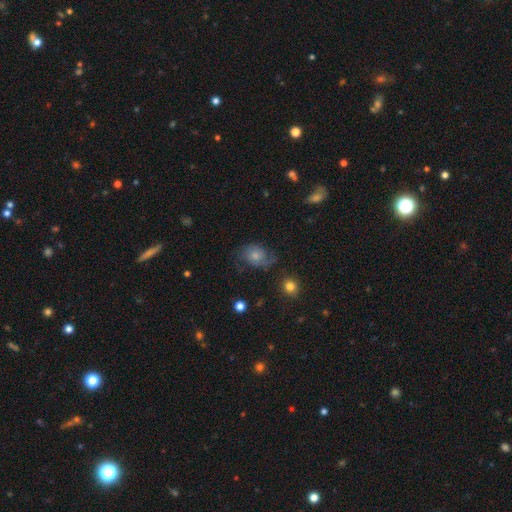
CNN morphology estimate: Smooth or featured?
  - smooth: 47% *
  - featured or disk: 42%
  - star or artifact: 11%
Merging?
  - none: 54% *
  - minor disturbance: 27%
  - major disturbance: 16%
  - merger: 2%